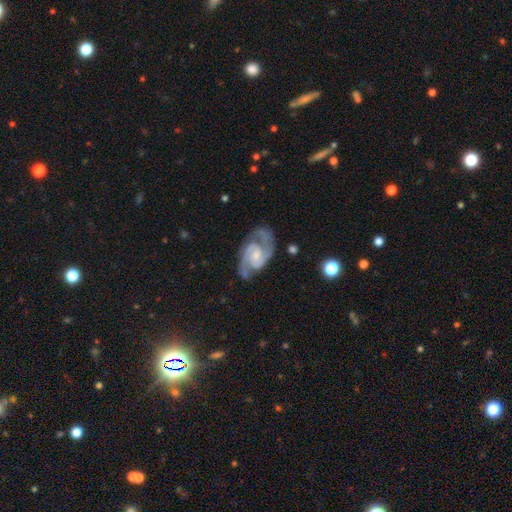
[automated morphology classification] Smooth or featured?
  - featured or disk: 90% *
  - smooth: 6%
  - star or artifact: 4%
Edge-on disk?
  - no: 98% *
  - yes: 2%
Bar?
  - no: 48% *
  - weak: 43%
  - strong: 10%
Spiral arms?
  - yes: 98% *
  - no: 2%
Spiral winding?
  - medium: 55% *
  - tight: 34%
  - loose: 11%
Spiral arm count?
  - 2: 84% *
  - 3: 7%
  - can't tell: 4%
  - 1: 2%
  - 4: 1%
  - more than 4: 1%
Bulge size?
  - small: 46% *
  - moderate: 36%
  - none: 13%
  - large: 5%
  - dominant: 1%
Merging?
  - none: 69% *
  - minor disturbance: 20%
  - major disturbance: 9%
  - merger: 2%